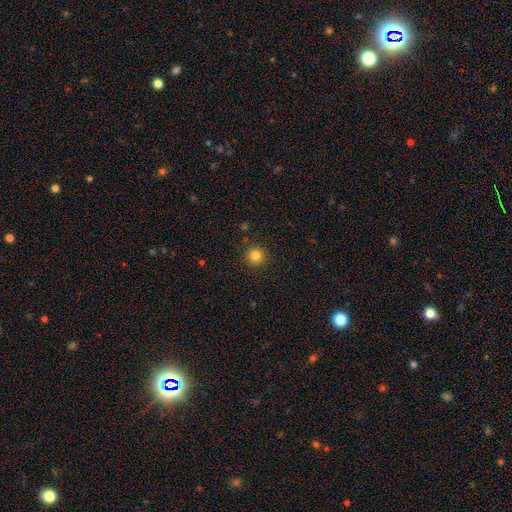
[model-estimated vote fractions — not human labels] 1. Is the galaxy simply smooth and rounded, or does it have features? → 83% smooth, 12% star or artifact, 5% featured or disk.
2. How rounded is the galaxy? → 95% round, 4% in between, 1% cigar-shaped.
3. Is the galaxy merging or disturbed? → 91% none, 6% minor disturbance, 2% major disturbance, 1% merger.